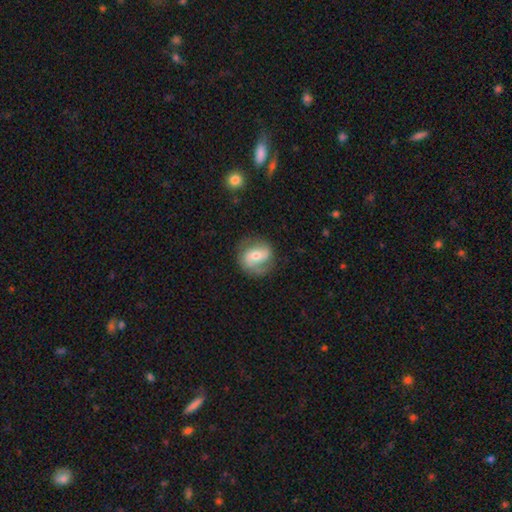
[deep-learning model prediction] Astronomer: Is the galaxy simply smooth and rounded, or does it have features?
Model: featured or disk — 66%.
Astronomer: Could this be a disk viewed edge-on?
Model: no — 97%.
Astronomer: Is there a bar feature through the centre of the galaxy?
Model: no — 41% (runner-up: weak, 40%).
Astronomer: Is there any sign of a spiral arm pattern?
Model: yes — 87%.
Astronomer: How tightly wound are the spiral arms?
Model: medium — 44% (runner-up: loose, 29%).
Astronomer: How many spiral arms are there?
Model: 2 — 69%.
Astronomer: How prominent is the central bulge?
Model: moderate — 62%.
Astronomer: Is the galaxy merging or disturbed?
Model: none — 69%.